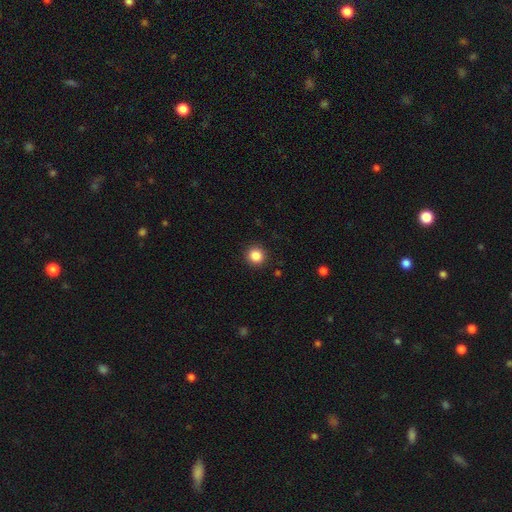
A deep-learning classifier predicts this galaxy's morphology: This appears to be a smooth galaxy with no disk features (86%) that is round (93%). Merging: none (92%).